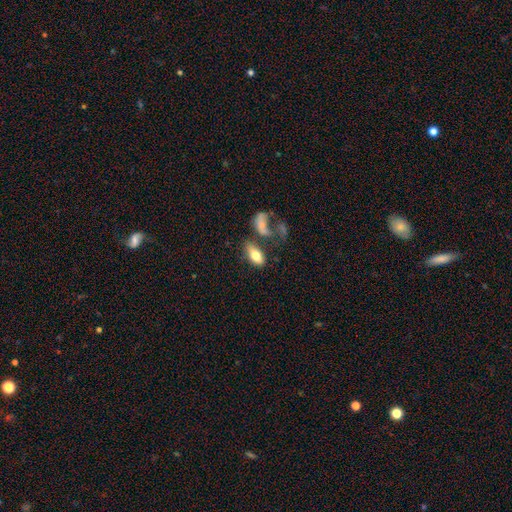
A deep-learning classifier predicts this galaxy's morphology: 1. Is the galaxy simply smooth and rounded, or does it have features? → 74% smooth, 19% featured or disk, 7% star or artifact.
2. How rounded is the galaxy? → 88% in between, 7% cigar-shaped, 4% round.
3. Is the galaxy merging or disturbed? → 50% none, 23% merger, 16% minor disturbance, 11% major disturbance.